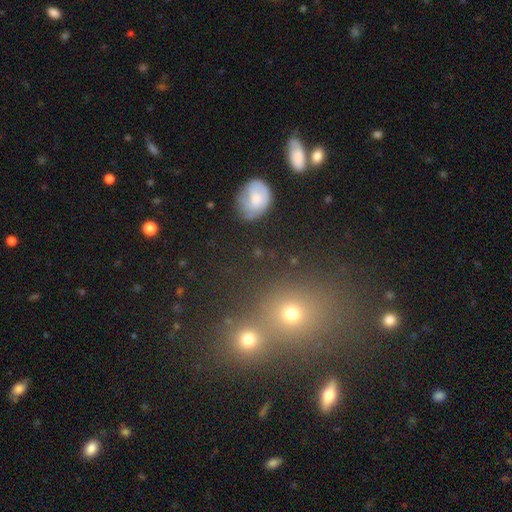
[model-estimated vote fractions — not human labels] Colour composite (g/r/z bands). It shows a smooth galaxy with no disk features (47%). Merging: none (62%).